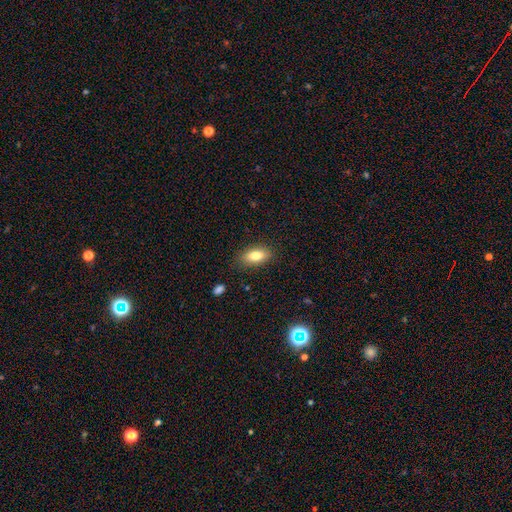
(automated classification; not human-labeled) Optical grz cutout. It shows a smooth galaxy with no disk features (81%) that is in between round and cigar-shaped (87%). Merging: none (84%).